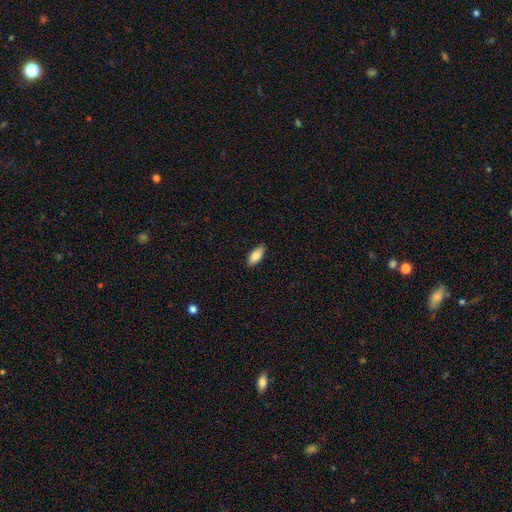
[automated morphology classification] A smooth galaxy with no disk features (82%) that is in between round and cigar-shaped (87%). Merging: none (88%).